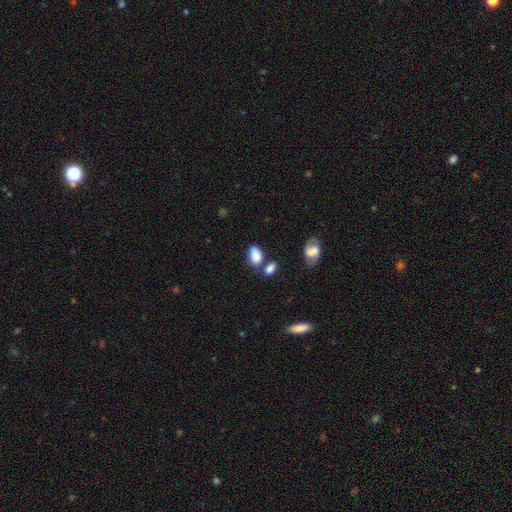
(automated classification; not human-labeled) Smooth or featured?
  - smooth: 84% *
  - featured or disk: 8%
  - star or artifact: 8%
How rounded?
  - in between: 90% *
  - round: 8%
  - cigar-shaped: 2%
Merging?
  - none: 53% *
  - merger: 25%
  - minor disturbance: 17%
  - major disturbance: 6%